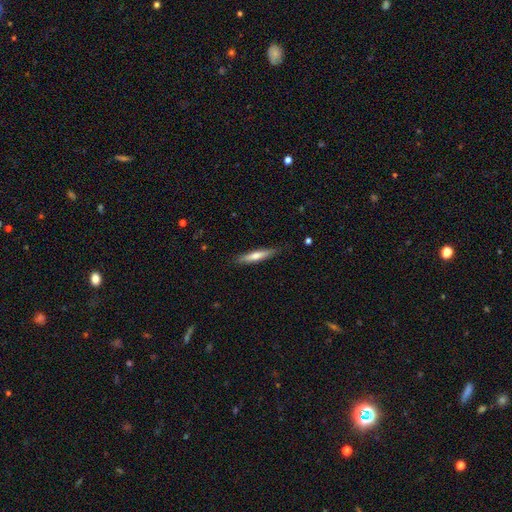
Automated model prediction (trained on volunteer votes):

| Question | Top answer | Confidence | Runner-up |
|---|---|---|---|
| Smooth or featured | smooth | 60% | featured or disk (34%) |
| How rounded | cigar-shaped | 90% | in between (9%) |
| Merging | none | 86% | minor disturbance (11%) |